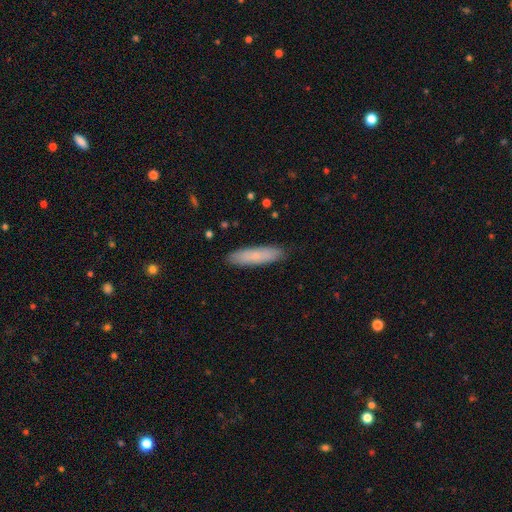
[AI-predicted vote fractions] Q: Smooth or featured?
A: smooth (75%); runner-up: featured or disk (19%)
Q: How rounded?
A: cigar-shaped (73%); runner-up: in between (25%)
Q: Merging?
A: none (89%); runner-up: minor disturbance (9%)